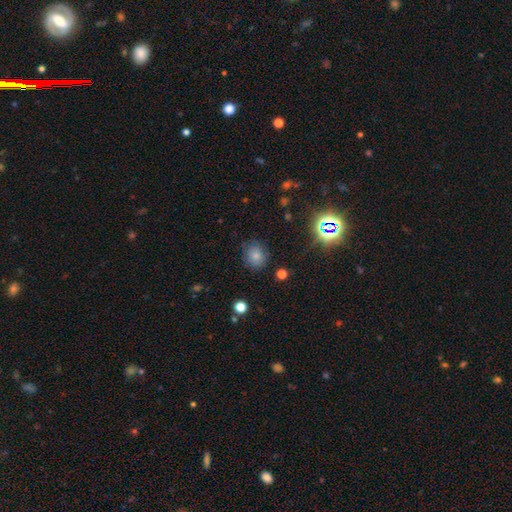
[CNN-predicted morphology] smooth-or-featured: smooth: 75% | star or artifact: 15% | featured or disk: 10%
  how-rounded: round: 71% | in between: 28% | cigar-shaped: 1%
  merging: none: 77% | minor disturbance: 17% | major disturbance: 5% | merger: 2%